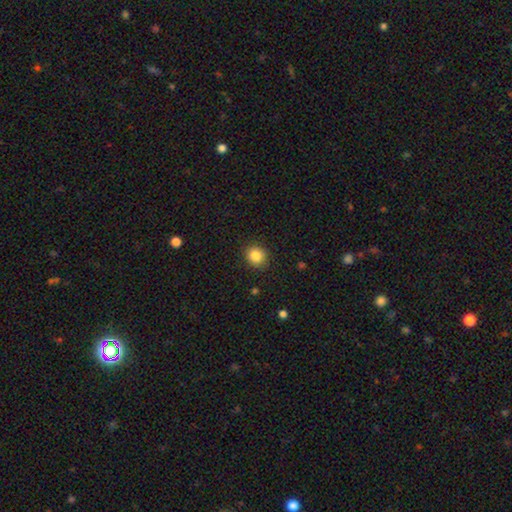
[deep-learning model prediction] Smooth or featured? smooth (85%)
How rounded? round (84%)
Merging? none (89%)